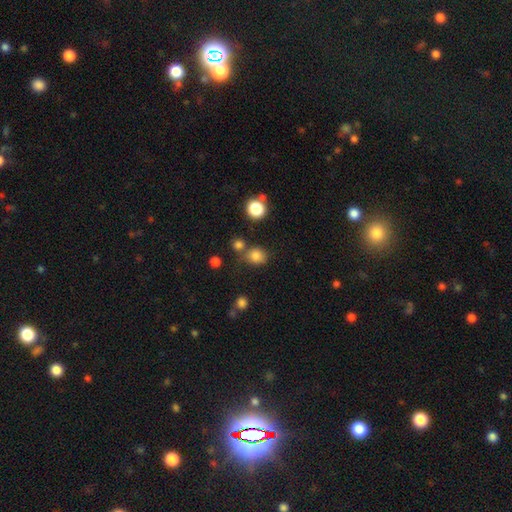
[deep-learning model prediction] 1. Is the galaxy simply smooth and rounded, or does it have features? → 80% smooth, 14% star or artifact, 6% featured or disk.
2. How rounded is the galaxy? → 71% round, 28% in between, 1% cigar-shaped.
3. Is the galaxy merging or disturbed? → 65% none, 15% merger, 14% minor disturbance, 5% major disturbance.